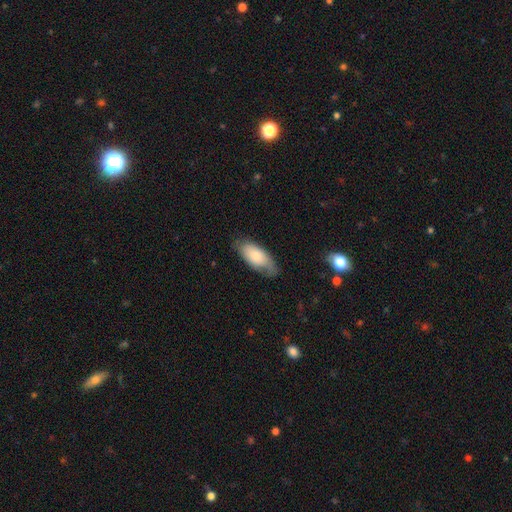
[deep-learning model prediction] Overall: smooth (70%). How rounded: in between (88%). Merging: none (64%; minor disturbance 27%).